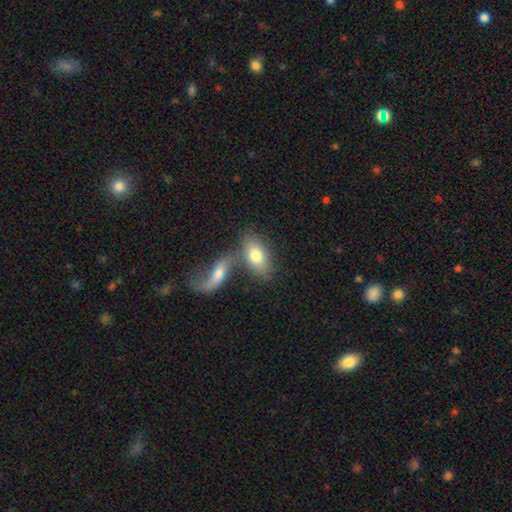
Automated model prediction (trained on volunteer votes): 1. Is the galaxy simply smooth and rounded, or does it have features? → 73% smooth, 21% featured or disk, 6% star or artifact.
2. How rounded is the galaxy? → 89% in between, 6% round, 5% cigar-shaped.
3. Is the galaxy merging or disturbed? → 44% merger, 40% none, 10% minor disturbance, 5% major disturbance.